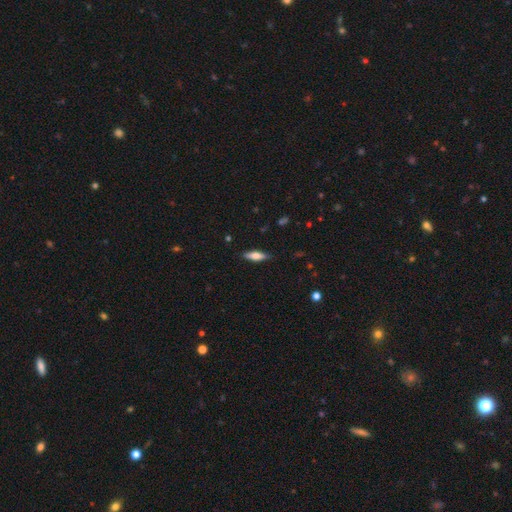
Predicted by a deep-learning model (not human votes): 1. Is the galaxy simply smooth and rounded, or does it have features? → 62% smooth, 31% featured or disk, 7% star or artifact.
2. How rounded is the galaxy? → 52% cigar-shaped, 46% in between, 2% round.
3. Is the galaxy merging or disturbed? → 86% none, 11% minor disturbance, 2% major disturbance, 1% merger.